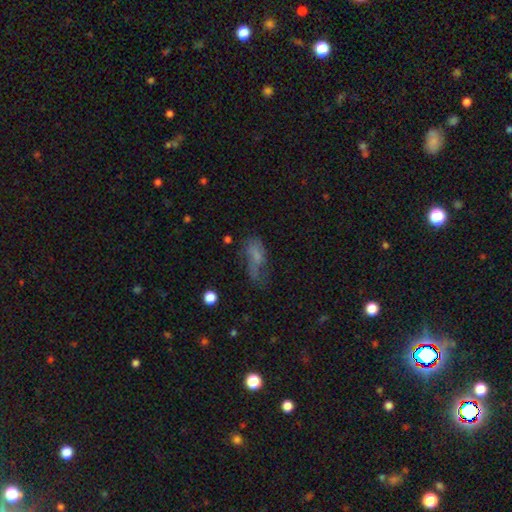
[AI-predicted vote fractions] This is possibly a smooth galaxy (52%). How rounded: likely in between (77%). Merging: marginally major disturbance (36%).